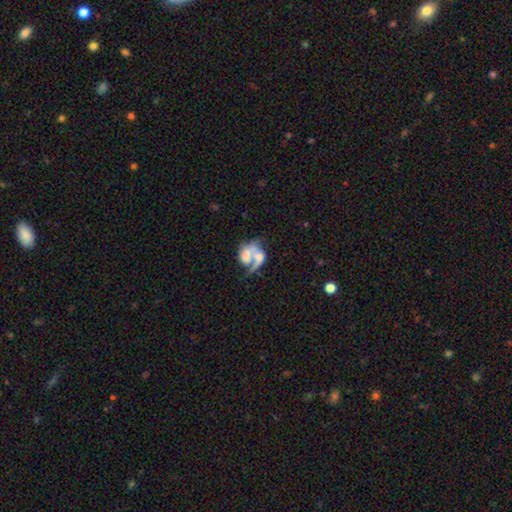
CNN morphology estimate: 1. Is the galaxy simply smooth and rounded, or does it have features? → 53% featured or disk, 38% smooth, 9% star or artifact.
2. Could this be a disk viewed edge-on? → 97% no, 3% yes.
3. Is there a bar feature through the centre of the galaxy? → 82% no, 12% weak, 6% strong.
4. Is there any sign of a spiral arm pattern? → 67% no, 33% yes.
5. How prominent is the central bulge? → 53% none, 16% moderate, 13% large, 12% small, 6% dominant.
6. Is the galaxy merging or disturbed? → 55% merger, 20% major disturbance, 16% none, 9% minor disturbance.